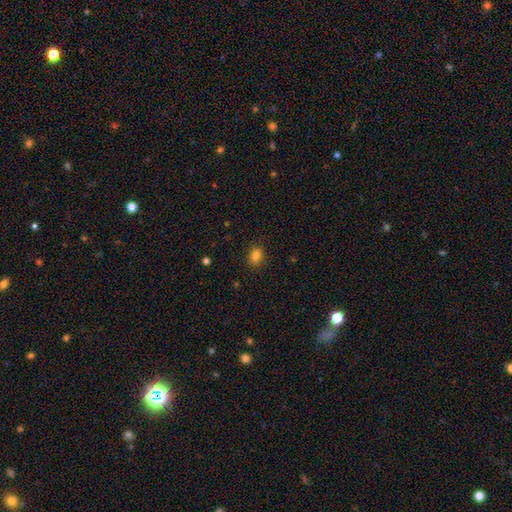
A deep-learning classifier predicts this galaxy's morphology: smooth-or-featured: smooth: 83% | star or artifact: 11% | featured or disk: 6%
  how-rounded: in between: 59% | round: 40% | cigar-shaped: 1%
  merging: none: 88% | minor disturbance: 9% | major disturbance: 2% | merger: 1%